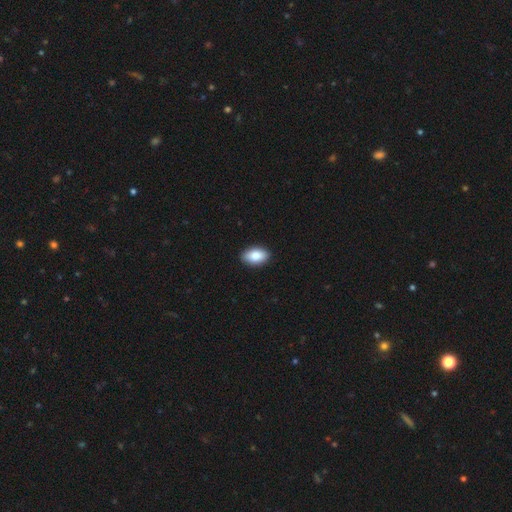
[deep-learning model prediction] Smooth or featured: smooth — 86% (featured or disk — 7%)
How rounded: in between — 92% (round — 6%)
Merging: none — 90% (minor disturbance — 7%)